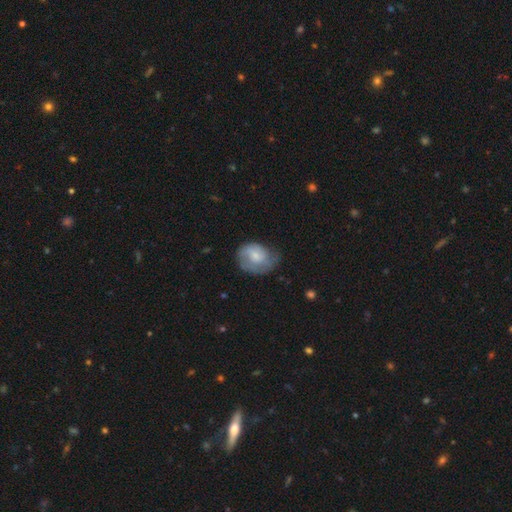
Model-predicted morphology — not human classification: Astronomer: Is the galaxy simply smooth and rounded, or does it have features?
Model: smooth — 54% (runner-up: featured or disk, 39%).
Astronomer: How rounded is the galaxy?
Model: in between — 52% (runner-up: round, 47%).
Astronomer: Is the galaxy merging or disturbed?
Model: none — 47% (runner-up: minor disturbance, 34%).